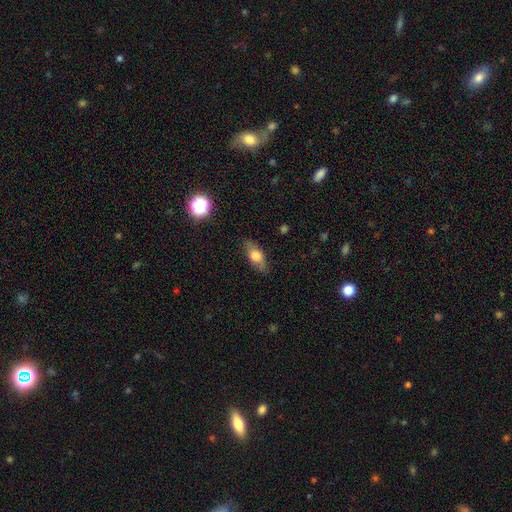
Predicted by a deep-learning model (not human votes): This is likely a smooth galaxy (61%). How rounded: likely in between (72%). Merging: clearly none (83%).